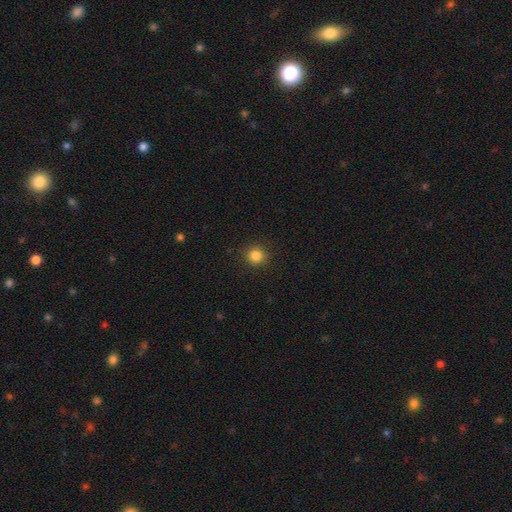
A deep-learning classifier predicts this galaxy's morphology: This is clearly a smooth galaxy (84%). How rounded: clearly round (93%). Merging: clearly none (91%).